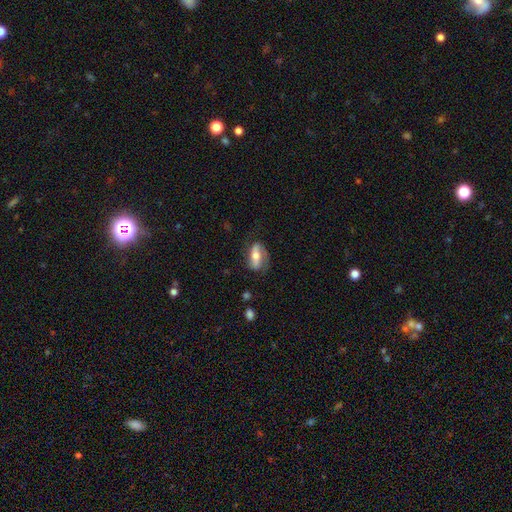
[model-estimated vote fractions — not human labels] smooth_or_featured: featured or disk (p=0.57) [alt: smooth p=0.37]
disk_edge_on: no (p=0.86) [alt: yes p=0.14]
merging: none (p=0.64) [alt: minor disturbance p=0.22]